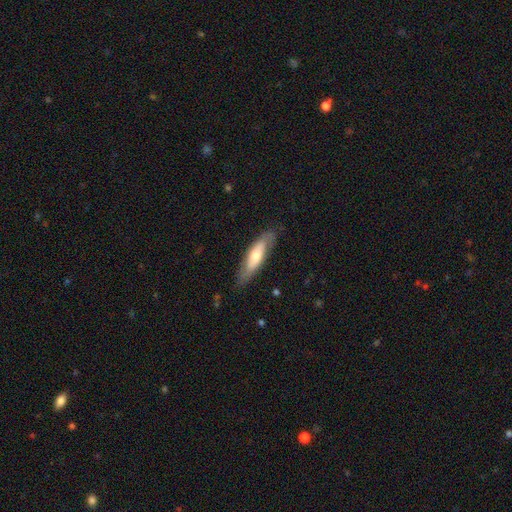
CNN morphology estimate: type=smooth (53%); roundness=cigar-shaped (61%); merging=none (78%).